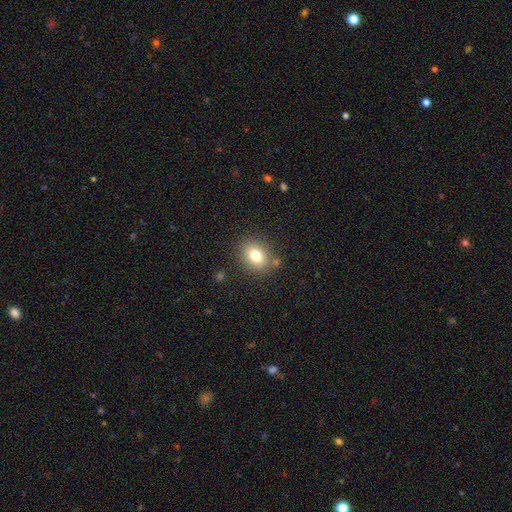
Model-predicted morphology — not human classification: smooth-or-featured: smooth: 78% | featured or disk: 11% | star or artifact: 11%
  how-rounded: in between: 58% | round: 41% | cigar-shaped: 1%
  merging: none: 81% | minor disturbance: 11% | merger: 5% | major disturbance: 4%